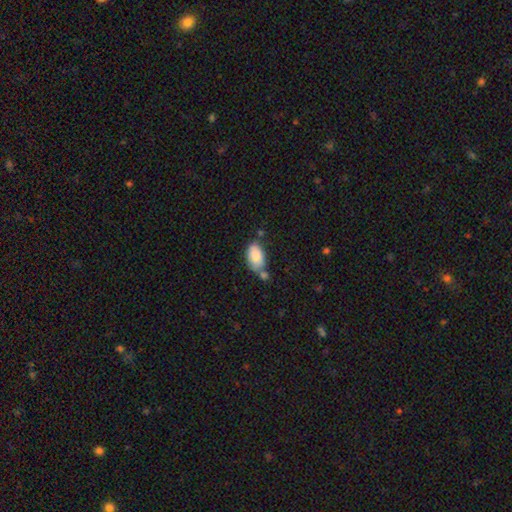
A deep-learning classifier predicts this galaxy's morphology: A smooth galaxy with no disk features (84%) that is in between round and cigar-shaped (93%). Merging: none (52%).